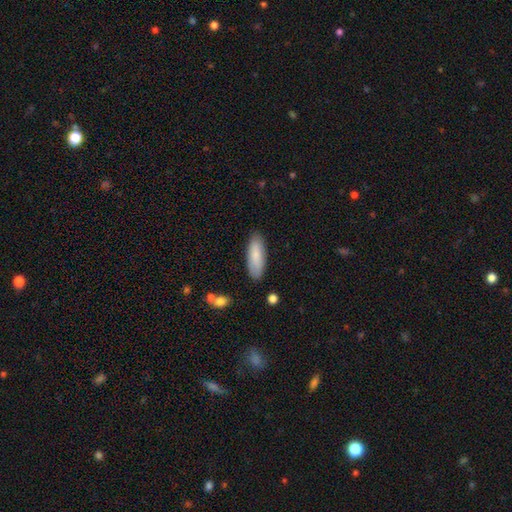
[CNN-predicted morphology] smooth_or_featured: smooth (p=0.84) [alt: featured or disk p=0.11]
how_rounded: in between (p=0.61) [alt: cigar-shaped p=0.37]
merging: none (p=0.86) [alt: minor disturbance p=0.10]